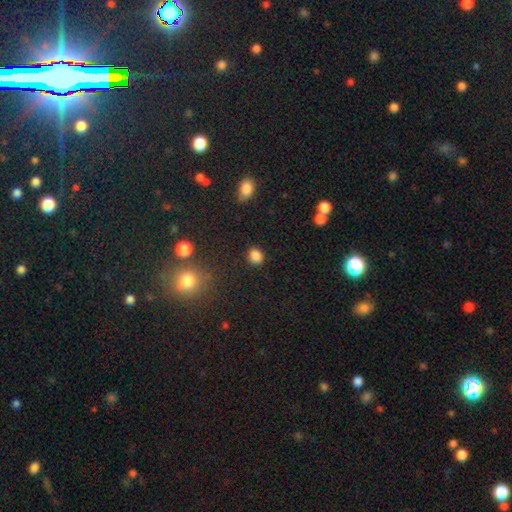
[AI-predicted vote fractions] Smooth or featured?
  - smooth: 85% *
  - star or artifact: 11%
  - featured or disk: 4%
How rounded?
  - round: 70% *
  - in between: 29%
  - cigar-shaped: 1%
Merging?
  - none: 86% *
  - minor disturbance: 9%
  - major disturbance: 3%
  - merger: 2%